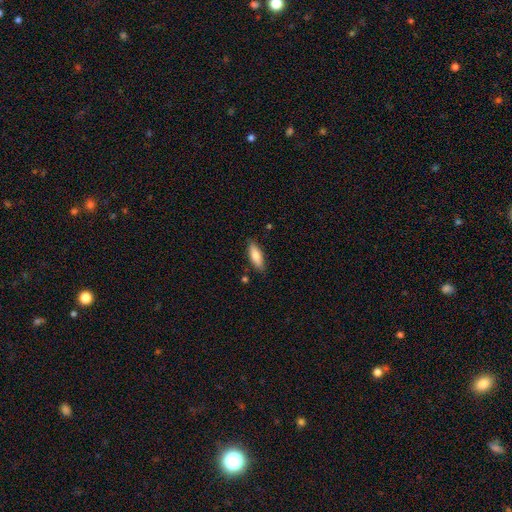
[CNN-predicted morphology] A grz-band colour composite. It shows a smooth galaxy with no disk features (81%) that is in between round and cigar-shaped (63%). Merging: none (83%).